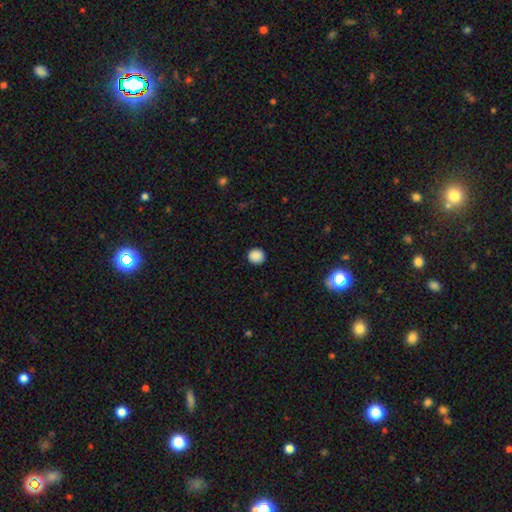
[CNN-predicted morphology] Smooth or featured? Predicted: smooth (p=0.88). How rounded? Predicted: round (p=0.87). Merging? Predicted: none (p=0.91).